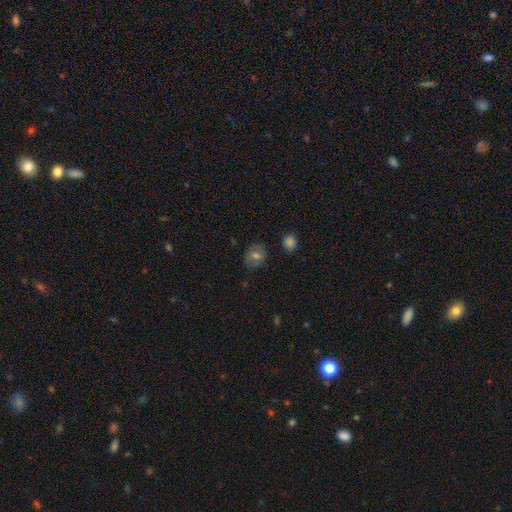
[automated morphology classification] The model was most divided on "how rounded": round: 58%, in between: 41%, cigar-shaped: 1%. More confident: merging — none (82%); smooth or featured — smooth (63%).